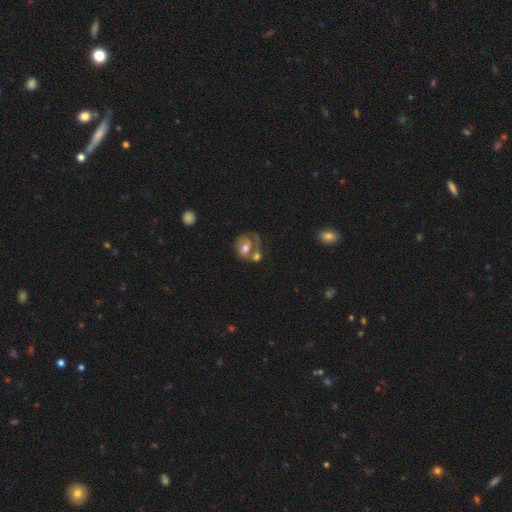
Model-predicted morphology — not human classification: This is possibly a featured or disk galaxy (52%). It is clearly not viewed edge-on (96%). Bar: likely no (76%). Spiral arm pattern: possibly yes (54%). Central bulge: likely moderate (67%). Merging: marginally none (38%).